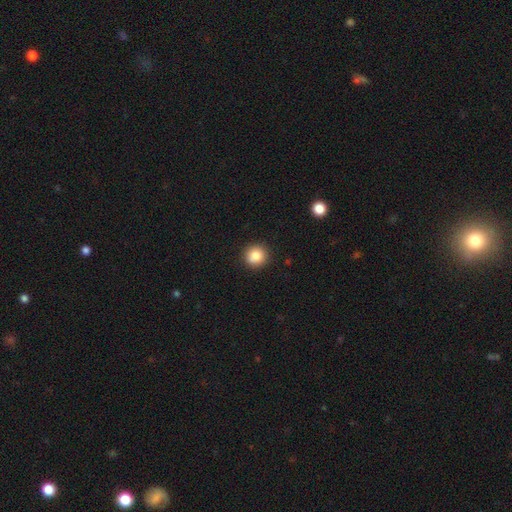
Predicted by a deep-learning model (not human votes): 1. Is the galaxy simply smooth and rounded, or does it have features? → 86% smooth, 9% star or artifact, 5% featured or disk.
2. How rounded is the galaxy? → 93% round, 6% in between, 1% cigar-shaped.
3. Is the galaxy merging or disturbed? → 91% none, 6% minor disturbance, 2% major disturbance, 1% merger.